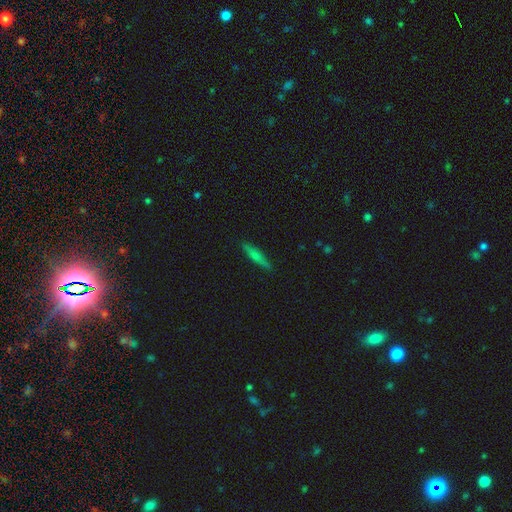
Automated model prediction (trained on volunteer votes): Smooth or featured?
  - smooth: 58% *
  - featured or disk: 35%
  - star or artifact: 8%
How rounded?
  - cigar-shaped: 88% *
  - in between: 9%
  - round: 2%
Merging?
  - none: 88% *
  - minor disturbance: 9%
  - major disturbance: 2%
  - merger: 1%